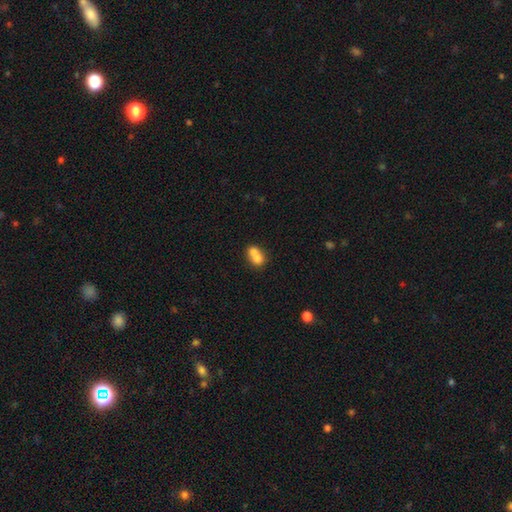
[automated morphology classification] smooth 71%, featured or disk 19%, star or artifact 10%. Down the decision tree: how rounded — in between (53%); merging — merger (68%).